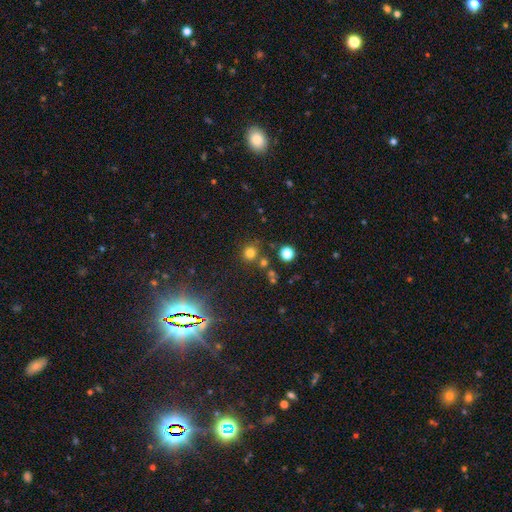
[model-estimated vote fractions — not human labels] Smooth or featured?
  - star or artifact: 62% *
  - smooth: 29%
  - featured or disk: 8%